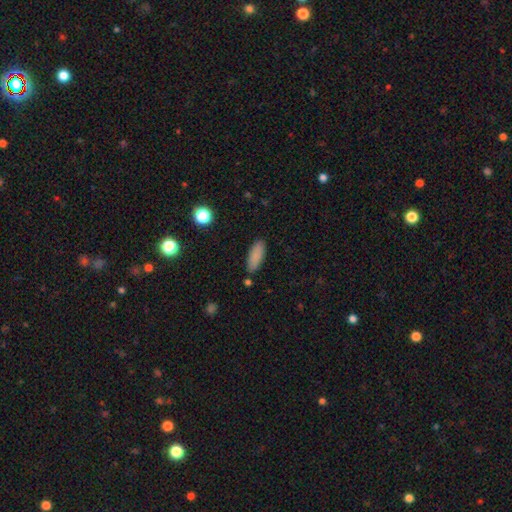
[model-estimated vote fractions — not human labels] This is clearly a smooth galaxy (87%). How rounded: likely in between (70%). Merging: clearly none (85%).